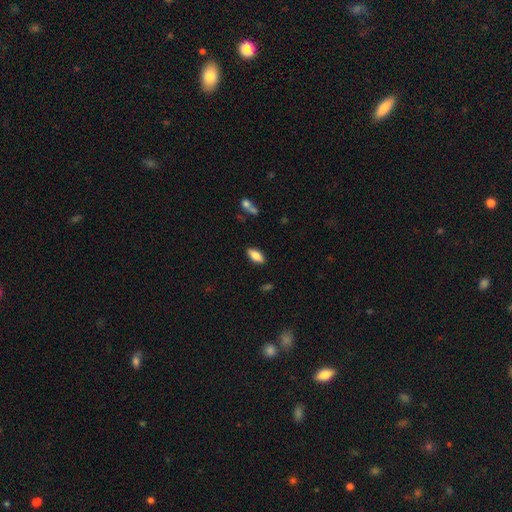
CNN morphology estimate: The model was most divided on "smooth or featured": smooth: 76%, featured or disk: 17%, star or artifact: 7%. More confident: merging — none (87%); how rounded — in between (83%).